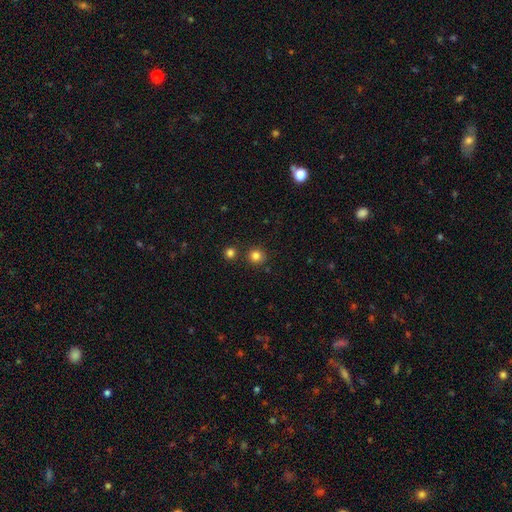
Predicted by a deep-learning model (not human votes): smooth_or_featured: smooth (p=0.82) [alt: star or artifact p=0.13]
how_rounded: round (p=0.91) [alt: in between p=0.08]
merging: none (p=0.84) [alt: merger p=0.07]